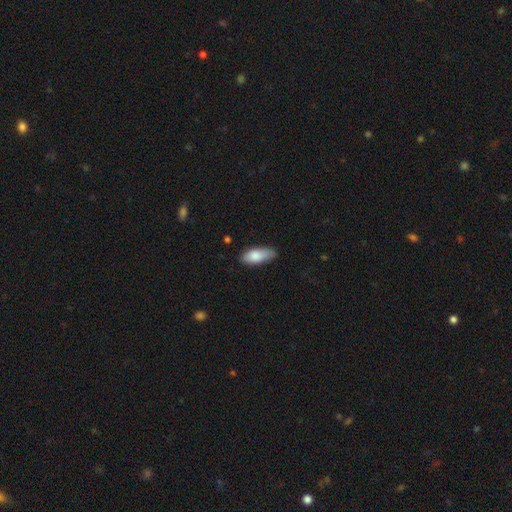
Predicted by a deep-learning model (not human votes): Smooth or featured? smooth (83%)
How rounded? in between (81%)
Merging? none (68%)